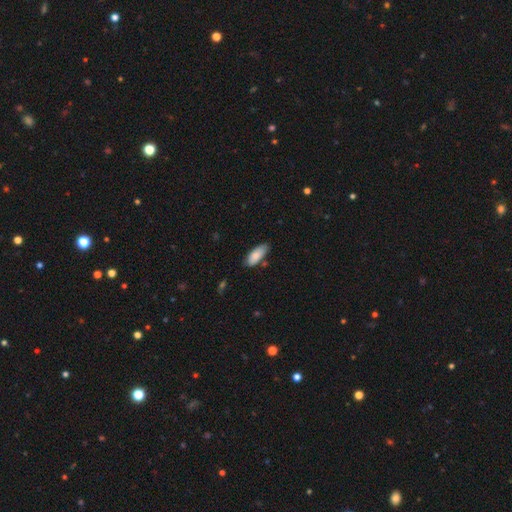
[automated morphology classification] type=smooth (85%); roundness=in between (81%); merging=none (73%).